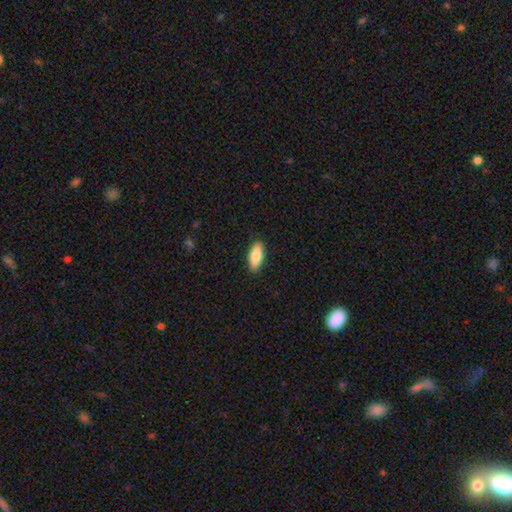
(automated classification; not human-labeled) The model was most divided on "how rounded": in between: 74%, cigar-shaped: 24%, round: 2%. More confident: merging — none (89%); smooth or featured — smooth (79%).